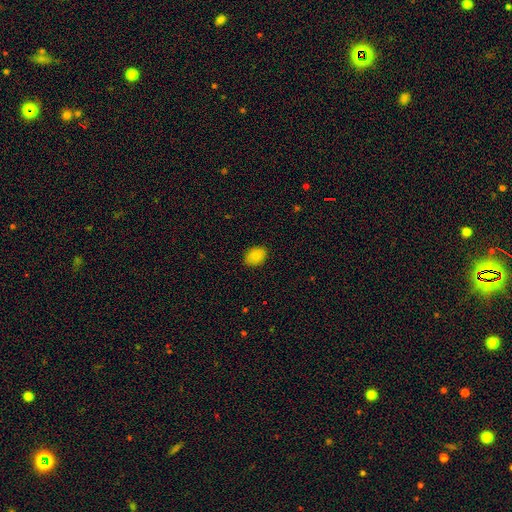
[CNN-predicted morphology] Overall: smooth (85%). How rounded: in between (73%). Merging: none (87%).